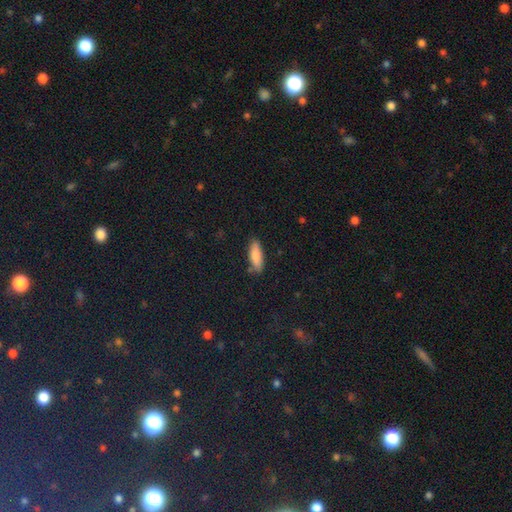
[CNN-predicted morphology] type=smooth (86%); roundness=in between (59%); merging=none (81%).